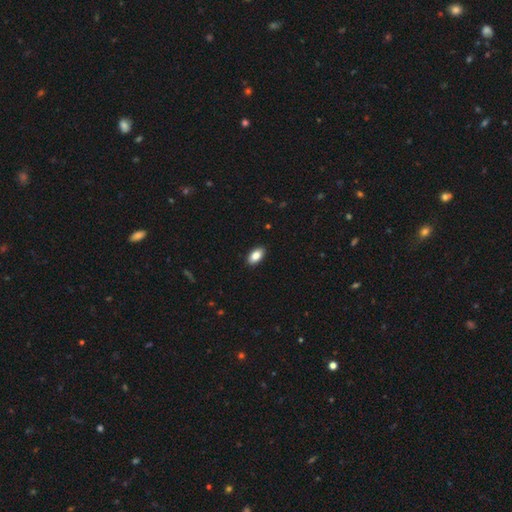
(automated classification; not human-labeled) Q: Smooth or featured?
A: smooth (86%); runner-up: star or artifact (7%)
Q: How rounded?
A: in between (93%); runner-up: round (4%)
Q: Merging?
A: none (90%); runner-up: minor disturbance (8%)